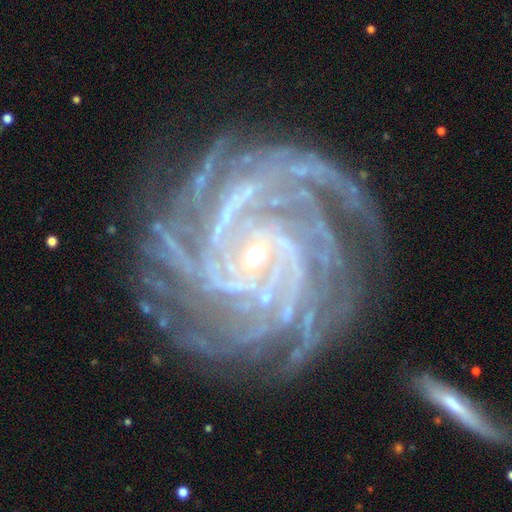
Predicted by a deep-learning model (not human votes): Q: Smooth or featured?
A: featured or disk (92%); runner-up: star or artifact (5%)
Q: Edge-on disk?
A: no (98%); runner-up: yes (2%)
Q: Bar?
A: no (48%); runner-up: weak (34%)
Q: Spiral arms?
A: yes (99%); runner-up: no (1%)
Q: Spiral winding?
A: tight (72%); runner-up: medium (24%)
Q: Spiral arm count?
A: more than 4 (28%); runner-up: 4 (22%)
Q: Bulge size?
A: small (78%); runner-up: moderate (18%)
Q: Merging?
A: none (73%); runner-up: minor disturbance (16%)